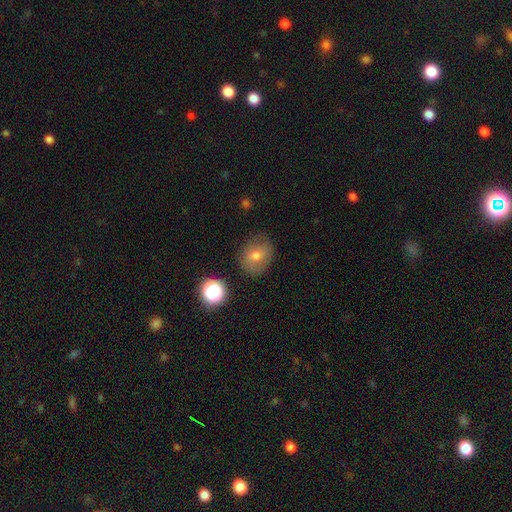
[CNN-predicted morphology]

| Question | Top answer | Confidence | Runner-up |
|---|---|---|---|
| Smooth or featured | smooth | 68% | featured or disk (18%) |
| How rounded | round | 56% | in between (43%) |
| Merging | none | 79% | minor disturbance (15%) |